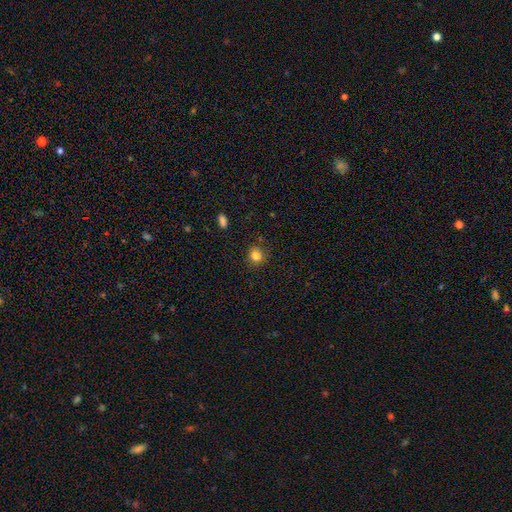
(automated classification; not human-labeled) Smooth or featured: smooth — 82% (star or artifact — 12%)
How rounded: round — 82% (in between — 17%)
Merging: none — 85% (minor disturbance — 10%)